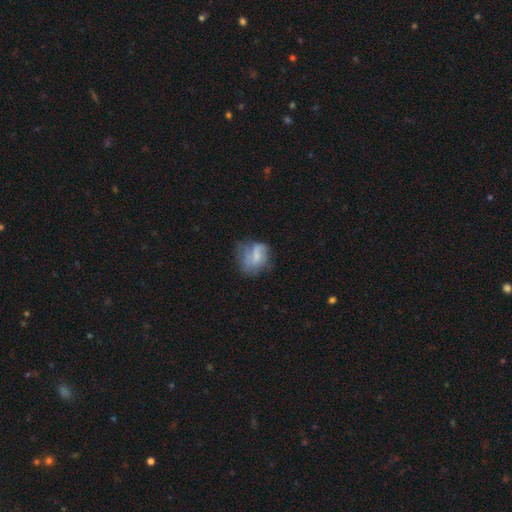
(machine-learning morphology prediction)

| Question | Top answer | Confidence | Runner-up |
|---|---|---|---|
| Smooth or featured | smooth | 51% | featured or disk (39%) |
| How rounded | in between | 54% | round (44%) |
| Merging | none | 36% | major disturbance (31%) |